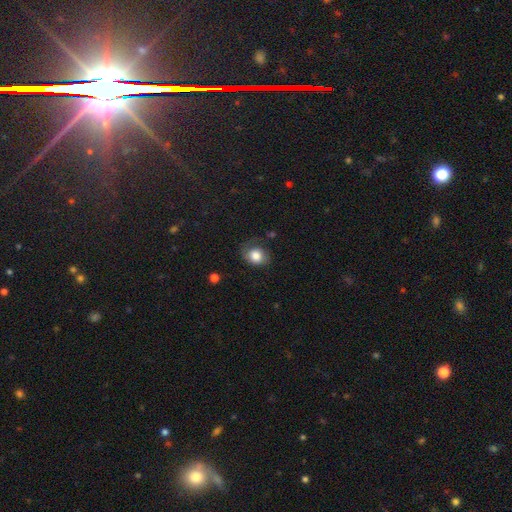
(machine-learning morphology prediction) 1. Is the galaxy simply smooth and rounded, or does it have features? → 78% smooth, 13% featured or disk, 9% star or artifact.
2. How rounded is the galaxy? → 57% round, 42% in between, 1% cigar-shaped.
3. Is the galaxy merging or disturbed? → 52% none, 29% minor disturbance, 17% major disturbance, 2% merger.